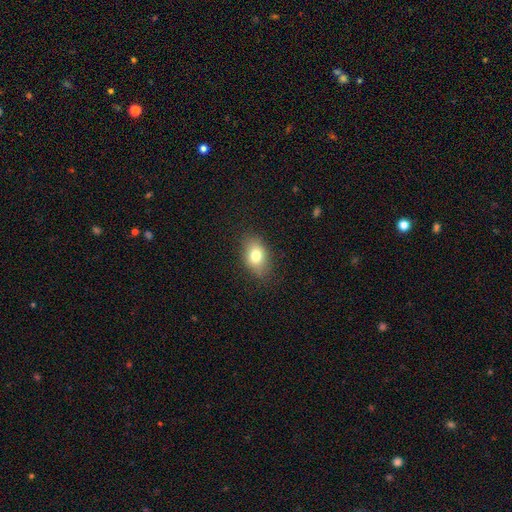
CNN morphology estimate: Smooth or featured?
  - smooth: 77% *
  - featured or disk: 13%
  - star or artifact: 10%
How rounded?
  - in between: 80% *
  - round: 18%
  - cigar-shaped: 2%
Merging?
  - none: 83% *
  - minor disturbance: 13%
  - major disturbance: 3%
  - merger: 1%